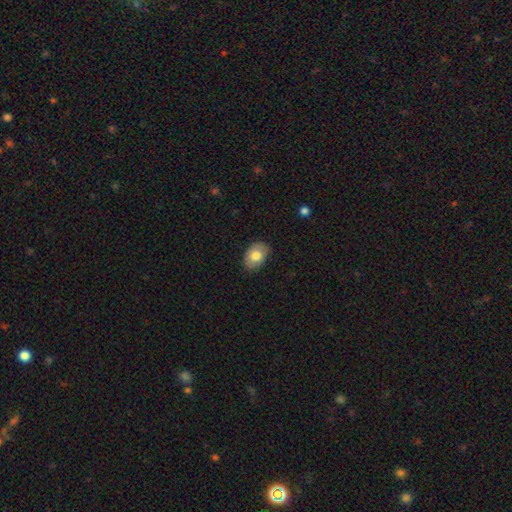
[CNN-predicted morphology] smooth 77%, featured or disk 16%, star or artifact 7%. Down the decision tree: how rounded — in between (82%); merging — none (84%).